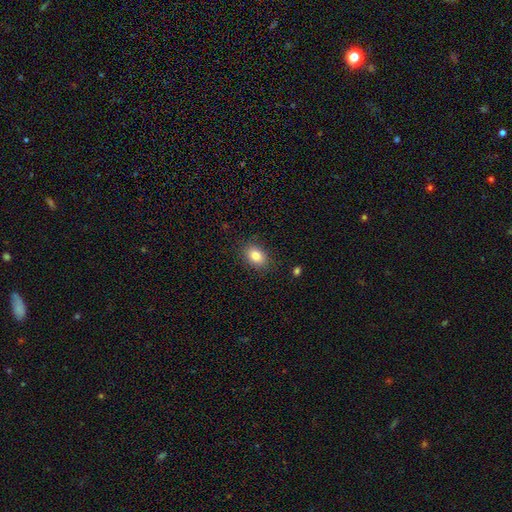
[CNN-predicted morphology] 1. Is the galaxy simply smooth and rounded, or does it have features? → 83% smooth, 9% star or artifact, 8% featured or disk.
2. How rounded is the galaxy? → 73% in between, 26% round, 1% cigar-shaped.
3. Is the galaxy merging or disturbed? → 85% none, 11% minor disturbance, 3% major disturbance, 1% merger.